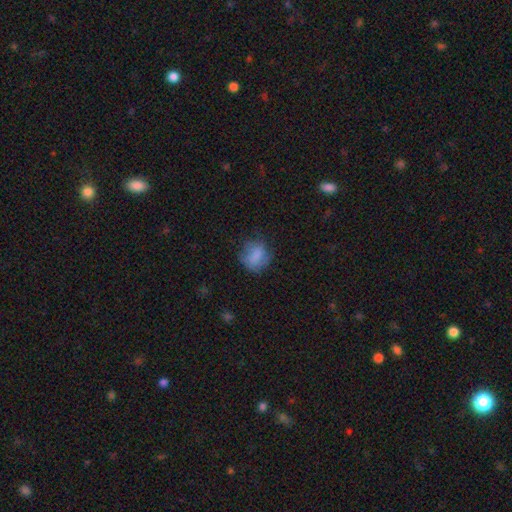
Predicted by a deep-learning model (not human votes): smooth_or_featured: smooth (p=0.74) [alt: featured or disk p=0.17]
how_rounded: round (p=0.61) [alt: in between p=0.37]
merging: none (p=0.58) [alt: minor disturbance p=0.27]